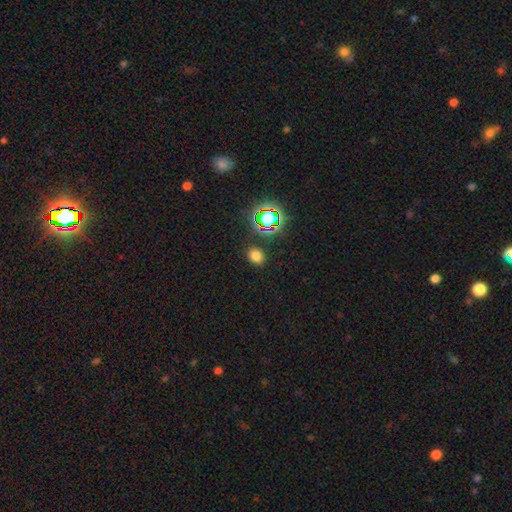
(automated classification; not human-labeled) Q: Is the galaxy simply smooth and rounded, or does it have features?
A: smooth — 71%.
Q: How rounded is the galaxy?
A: in between — 50%.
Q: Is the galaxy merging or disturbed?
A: none — 86%.